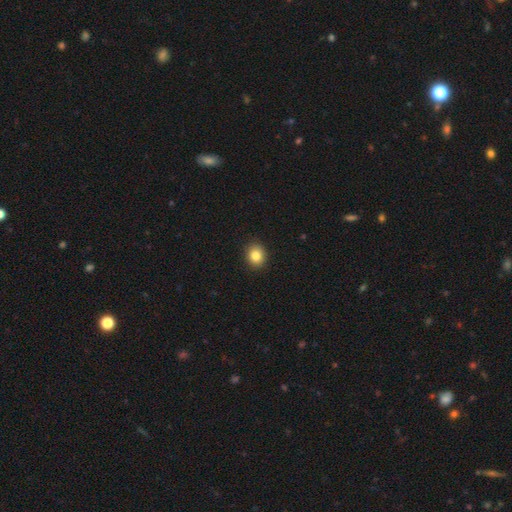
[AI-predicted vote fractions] smooth-or-featured: smooth: 84% | star or artifact: 10% | featured or disk: 6%
  how-rounded: round: 67% | in between: 32% | cigar-shaped: 1%
  merging: none: 90% | minor disturbance: 7% | major disturbance: 2% | merger: 1%